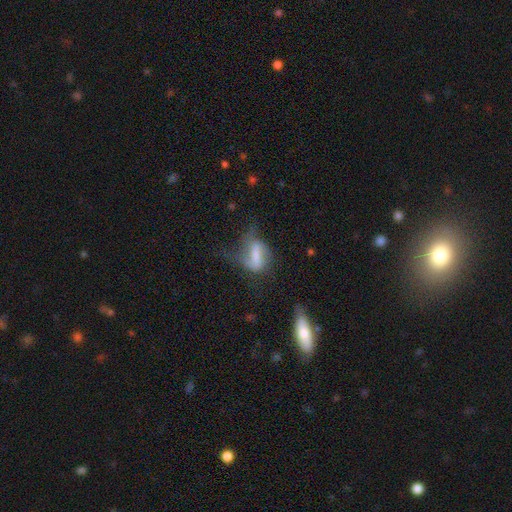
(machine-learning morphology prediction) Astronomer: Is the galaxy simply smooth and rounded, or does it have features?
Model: smooth — 48% (runner-up: featured or disk, 43%).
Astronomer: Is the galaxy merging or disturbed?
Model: major disturbance — 42% (runner-up: none, 28%).